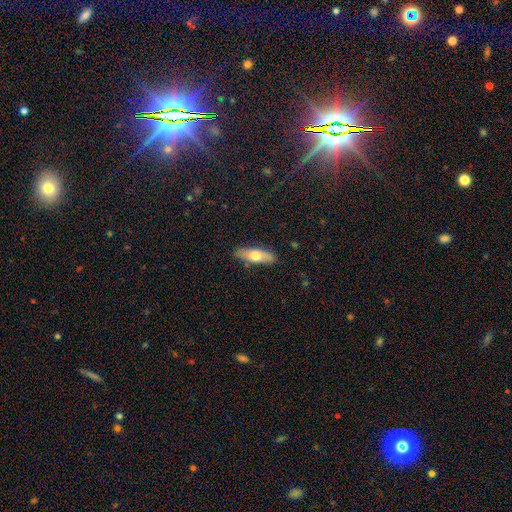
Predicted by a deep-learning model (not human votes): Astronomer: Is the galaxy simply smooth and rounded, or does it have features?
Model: smooth — 64%.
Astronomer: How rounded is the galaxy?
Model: in between — 49% (runner-up: cigar-shaped, 48%).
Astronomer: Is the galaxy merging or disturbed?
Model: none — 87%.